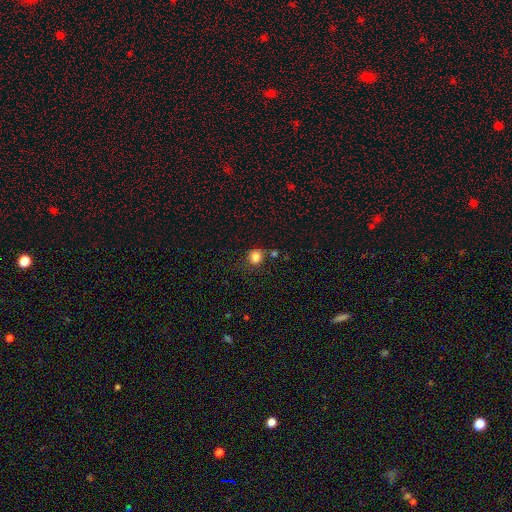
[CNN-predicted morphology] A smooth galaxy with no disk features (82%) that is round (78%). Merging: none (60%).